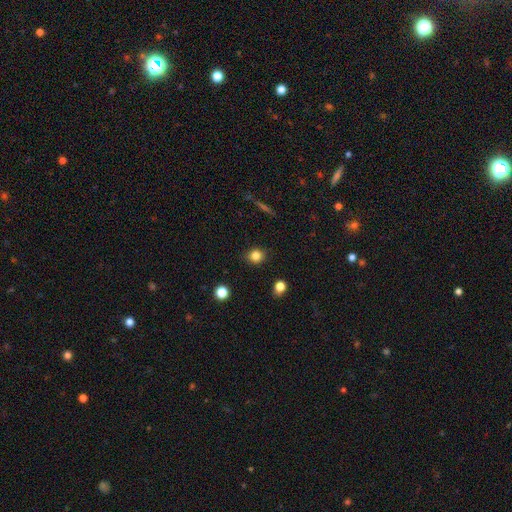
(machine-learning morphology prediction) smooth-or-featured: smooth: 82% | star or artifact: 12% | featured or disk: 6%
  how-rounded: round: 78% | in between: 20% | cigar-shaped: 1%
  merging: none: 86% | minor disturbance: 10% | major disturbance: 2% | merger: 1%